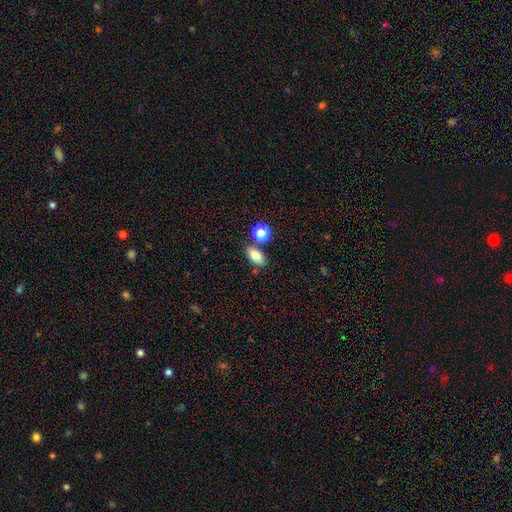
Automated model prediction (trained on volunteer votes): Q: Smooth or featured?
A: smooth (75%); runner-up: featured or disk (13%)
Q: How rounded?
A: in between (82%); runner-up: round (15%)
Q: Merging?
A: none (71%); runner-up: merger (13%)